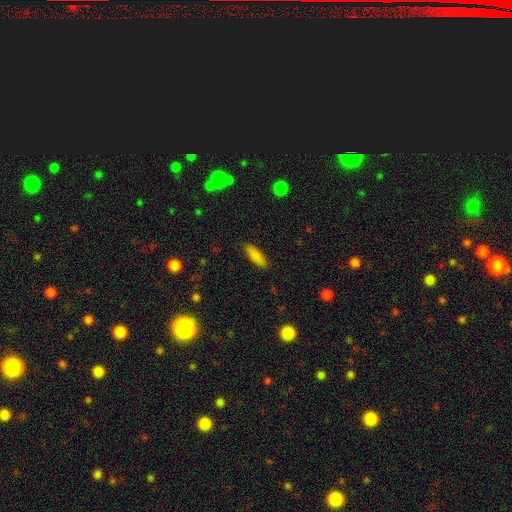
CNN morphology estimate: type=smooth (86%); roundness=in between (57%); merging=none (88%).